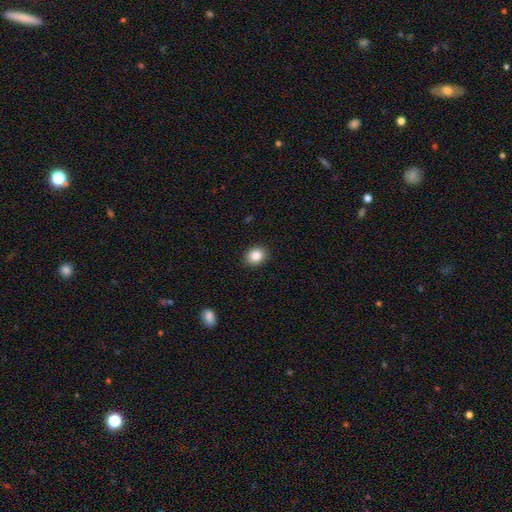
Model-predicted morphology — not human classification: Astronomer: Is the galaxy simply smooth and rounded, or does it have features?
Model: smooth — 86%.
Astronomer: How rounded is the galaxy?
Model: round — 63%.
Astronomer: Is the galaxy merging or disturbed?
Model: none — 90%.